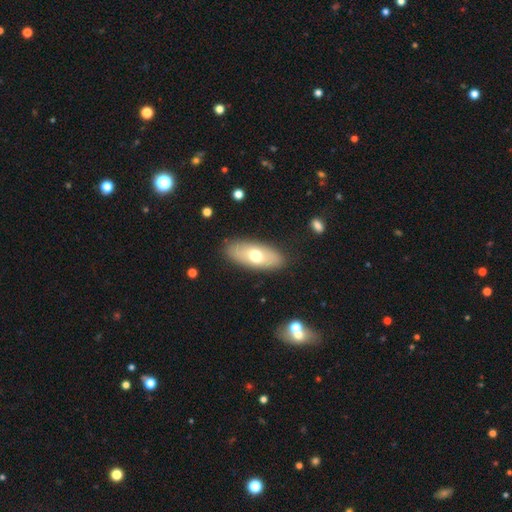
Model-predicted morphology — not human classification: smooth-or-featured: smooth: 64% | featured or disk: 29% | star or artifact: 6%
  how-rounded: in between: 84% | cigar-shaped: 13% | round: 3%
  merging: none: 86% | minor disturbance: 10% | major disturbance: 3% | merger: 1%